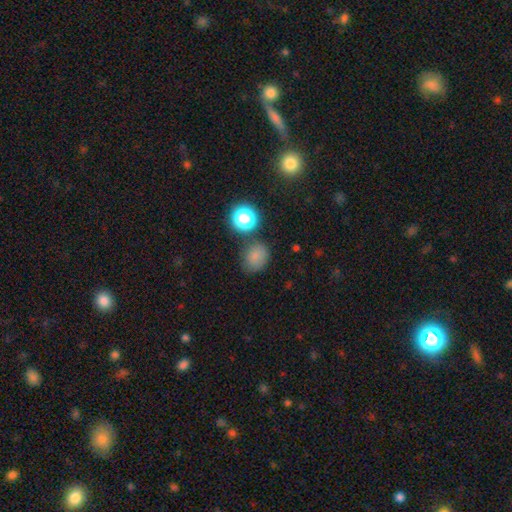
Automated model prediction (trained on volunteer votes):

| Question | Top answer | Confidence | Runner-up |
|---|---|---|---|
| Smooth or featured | smooth | 75% | star or artifact (17%) |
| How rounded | round | 62% | in between (37%) |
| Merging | none | 69% | minor disturbance (18%) |